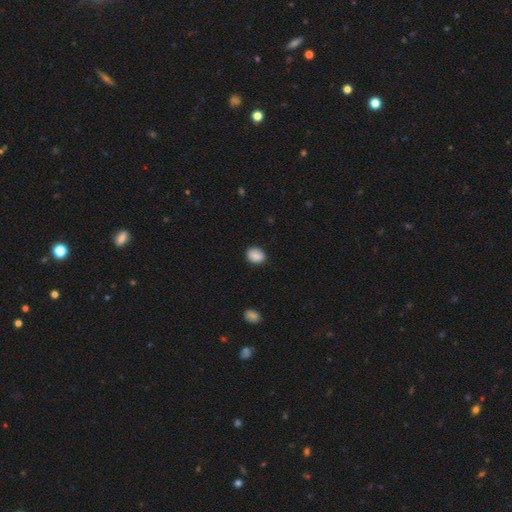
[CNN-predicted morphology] A smooth galaxy with no disk features (89%) that is in between round and cigar-shaped (54%). Merging: none (85%).